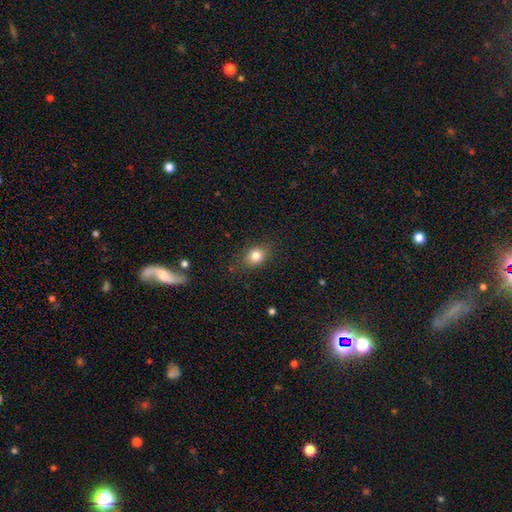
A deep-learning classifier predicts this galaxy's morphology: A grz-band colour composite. It shows a smooth galaxy with no disk features (80%) that is in between round and cigar-shaped (58%). Merging: none (82%).